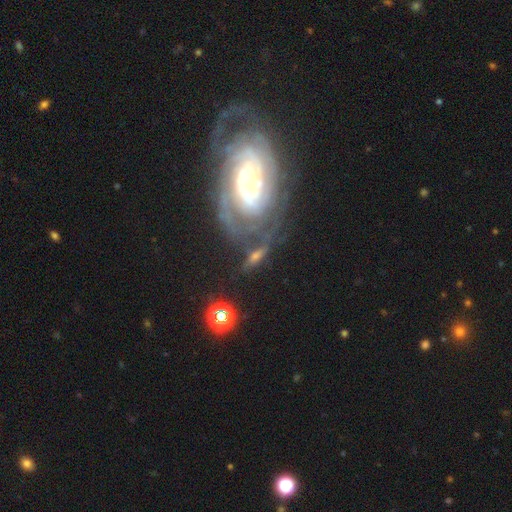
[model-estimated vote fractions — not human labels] Overall: featured or disk (66%). Edge-on disk: no (87%). Bar: no (65%). Spiral arms: yes (80%). Bulge size: small (49%; moderate 30%). Merging: none (51%; minor disturbance 18%).